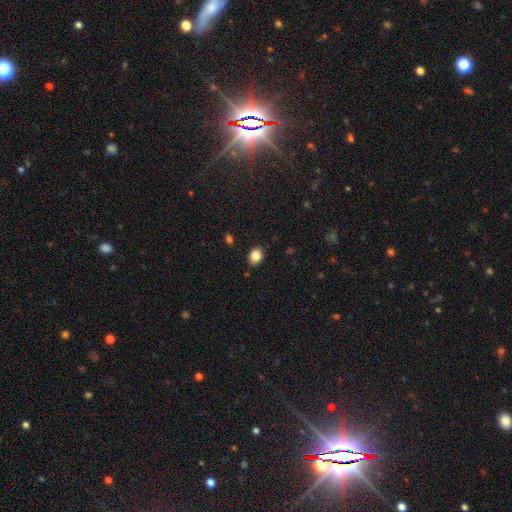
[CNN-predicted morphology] smooth_or_featured: smooth (p=0.84) [alt: star or artifact p=0.09]
how_rounded: in between (p=0.59) [alt: round p=0.40]
merging: none (p=0.86) [alt: minor disturbance p=0.11]